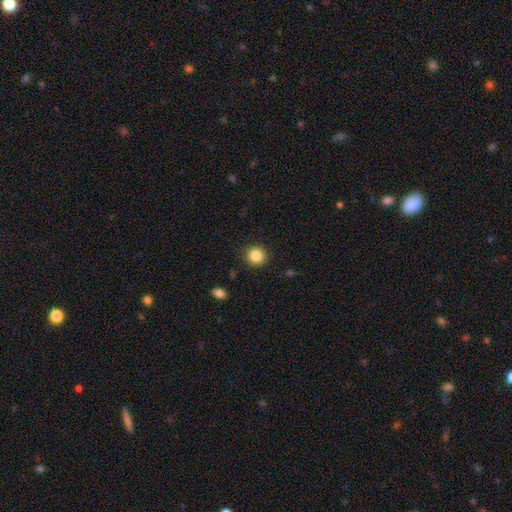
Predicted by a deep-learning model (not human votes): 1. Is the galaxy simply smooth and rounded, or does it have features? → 85% smooth, 10% star or artifact, 5% featured or disk.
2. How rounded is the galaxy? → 91% round, 8% in between, 1% cigar-shaped.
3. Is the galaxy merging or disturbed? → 90% none, 7% minor disturbance, 2% major disturbance, 1% merger.